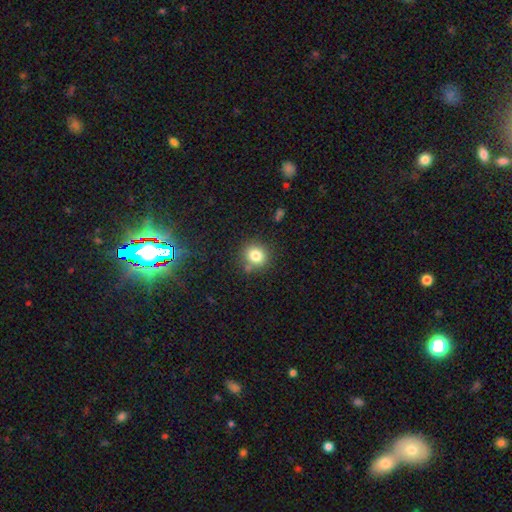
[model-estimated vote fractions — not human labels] smooth 81%, star or artifact 12%, featured or disk 7%. Down the decision tree: how rounded — round (82%); merging — none (79%).